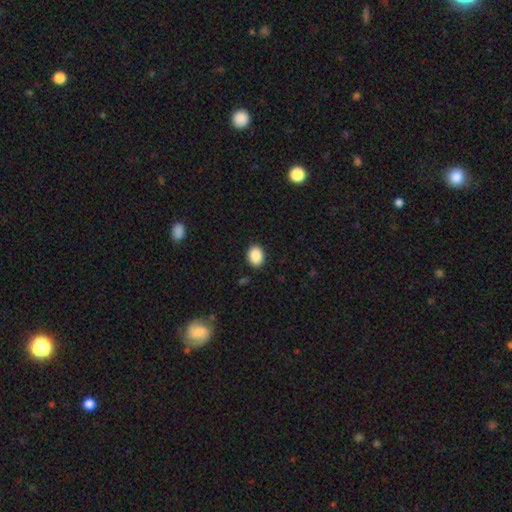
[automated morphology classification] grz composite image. It shows a smooth galaxy with no disk features (89%) that is in between round and cigar-shaped (59%). Merging: none (90%).